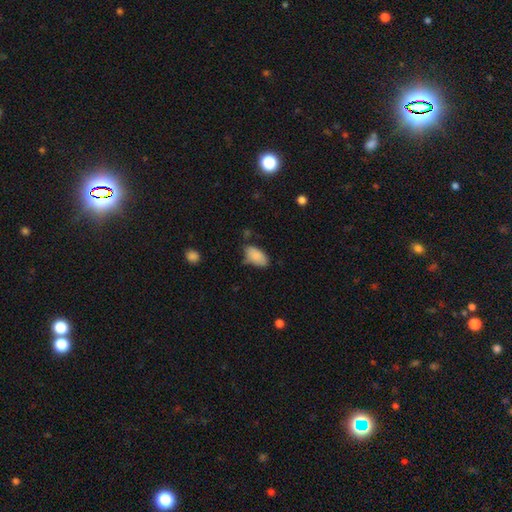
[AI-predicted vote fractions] Overall: smooth (86%). How rounded: in between (94%). Merging: none (59%; minor disturbance 30%).